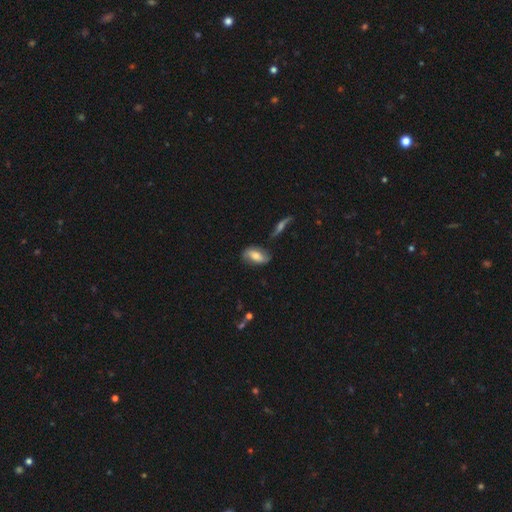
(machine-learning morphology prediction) smooth 49%, featured or disk 43%, star or artifact 8%. Down the decision tree: merging — none (70%).